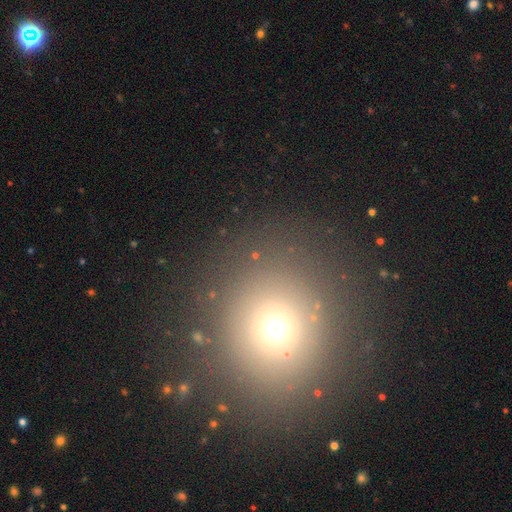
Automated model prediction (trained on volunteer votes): Overall: smooth (52%; star or artifact 36%). How rounded: round (81%). Merging: none (81%).